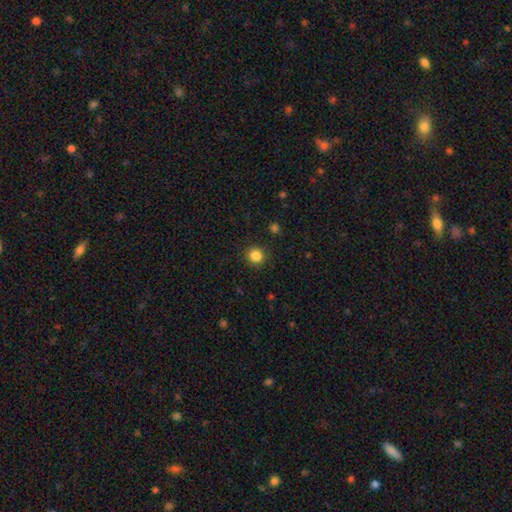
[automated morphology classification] A smooth galaxy with no disk features (85%) that is round (92%).

Vote fractions:
- Smooth or featured? smooth: 85% / star or artifact: 11% / featured or disk: 4%
- How rounded? round: 92% / in between: 7% / cigar-shaped: 1%
- Merging? none: 91% / minor disturbance: 5% / major disturbance: 2% / merger: 1%